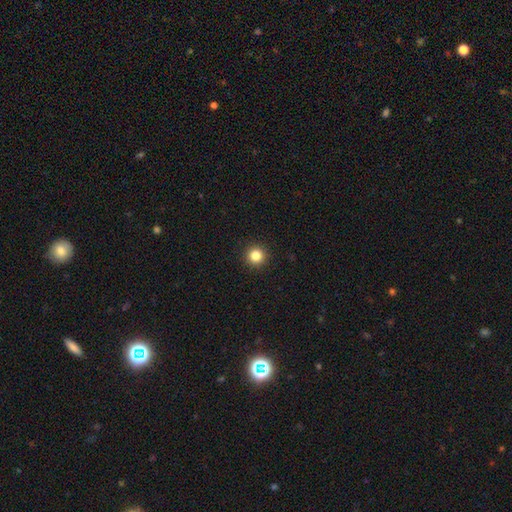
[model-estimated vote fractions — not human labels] Smooth or featured: smooth — 83% (star or artifact — 12%)
How rounded: round — 96% (in between — 3%)
Merging: none — 93% (minor disturbance — 4%)